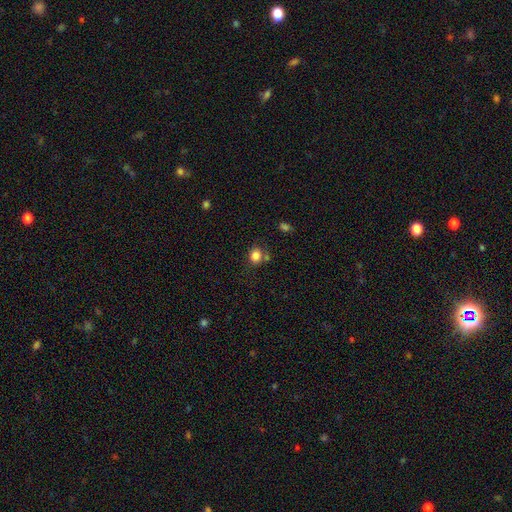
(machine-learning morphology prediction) Smooth or featured? smooth (83%)
How rounded? round (66%)
Merging? none (66%)